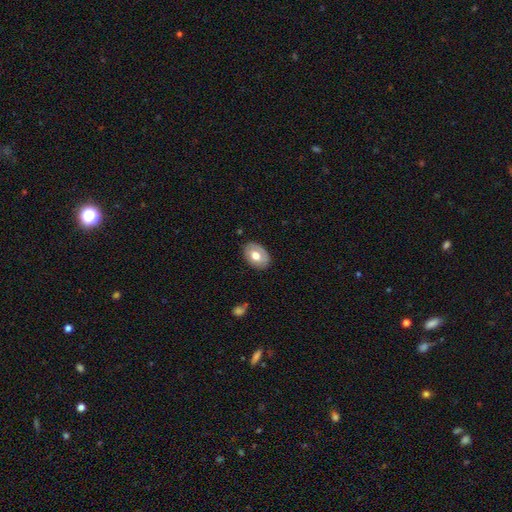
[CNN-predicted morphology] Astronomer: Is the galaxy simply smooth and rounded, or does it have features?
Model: smooth — 65%.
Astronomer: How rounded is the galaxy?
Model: in between — 82%.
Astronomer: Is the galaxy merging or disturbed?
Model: none — 83%.